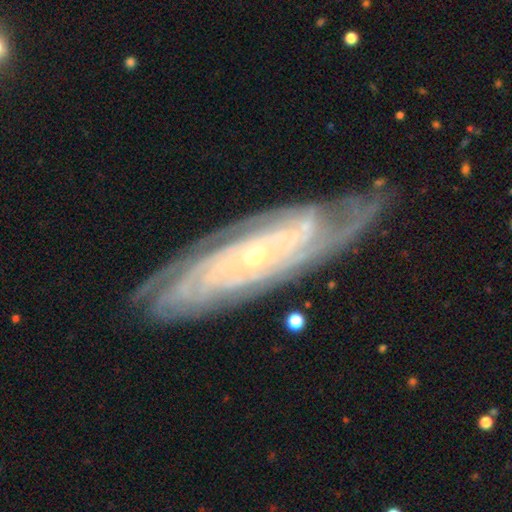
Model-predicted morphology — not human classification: Smooth or featured? featured or disk (88%)
Edge-on disk? no (86%)
Bar? no (73%)
Spiral arms? yes (97%)
Spiral winding? tight (79%)
Spiral arm count? can't tell (33%)
Bulge size? small (82%)
Merging? none (80%)